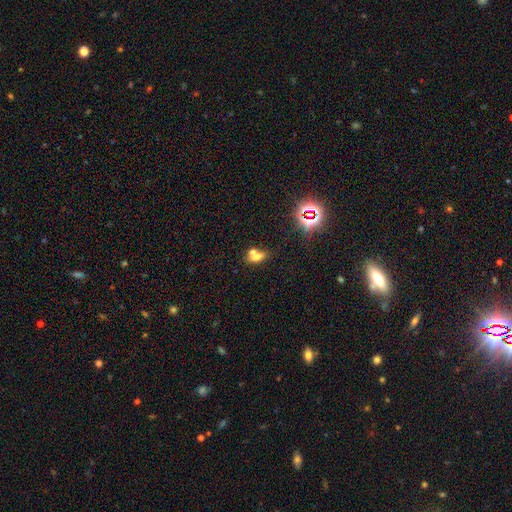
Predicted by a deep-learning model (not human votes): Smooth or featured? Predicted: smooth (p=0.59). How rounded? Predicted: in between (p=0.71). Merging? Predicted: merger (p=0.49).